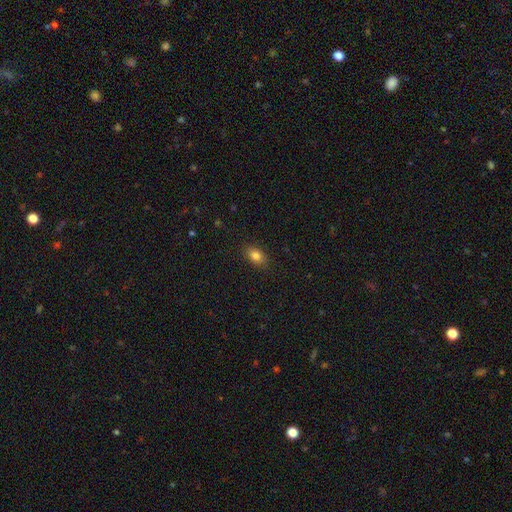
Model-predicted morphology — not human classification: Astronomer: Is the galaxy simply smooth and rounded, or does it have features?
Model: smooth — 83%.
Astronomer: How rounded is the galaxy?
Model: in between — 83%.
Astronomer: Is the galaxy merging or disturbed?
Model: none — 88%.